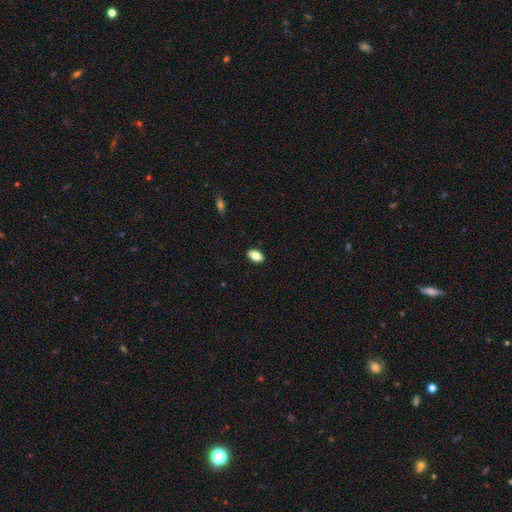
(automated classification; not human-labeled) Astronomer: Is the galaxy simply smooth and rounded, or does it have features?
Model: smooth — 81%.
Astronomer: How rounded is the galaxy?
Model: in between — 91%.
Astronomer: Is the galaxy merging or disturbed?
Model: none — 89%.